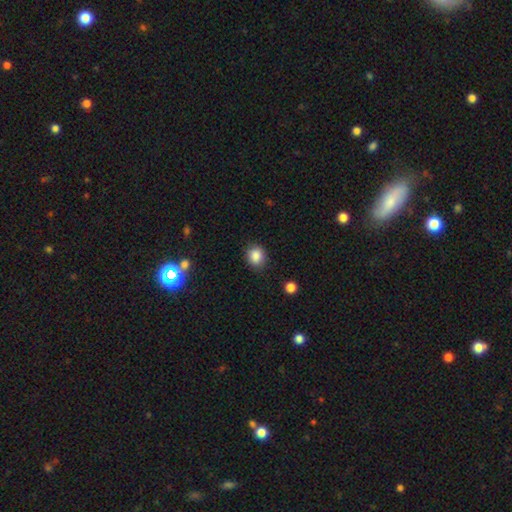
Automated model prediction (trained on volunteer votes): Overall: smooth (86%). How rounded: round (72%). Merging: none (85%).